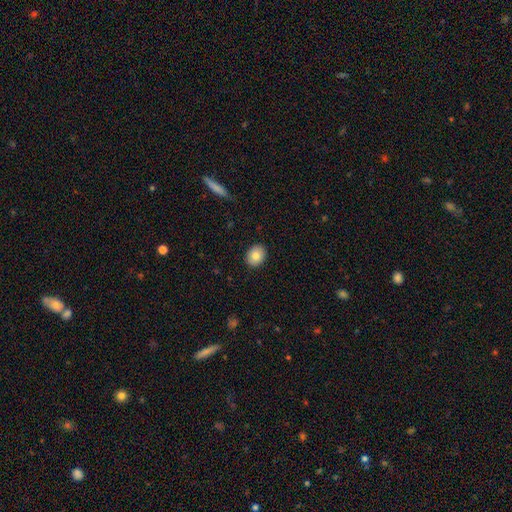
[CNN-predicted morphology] The model was most divided on "how rounded": round: 53%, in between: 46%, cigar-shaped: 1%. More confident: merging — none (90%); smooth or featured — smooth (82%).